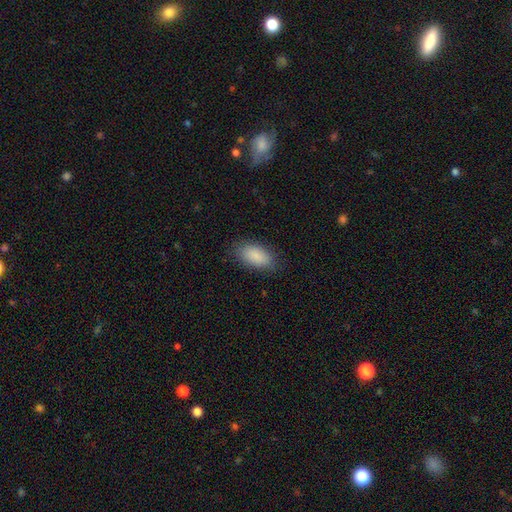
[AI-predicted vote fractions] Q: Smooth or featured?
A: smooth (89%); runner-up: star or artifact (7%)
Q: How rounded?
A: in between (92%); runner-up: cigar-shaped (5%)
Q: Merging?
A: none (85%); runner-up: minor disturbance (11%)